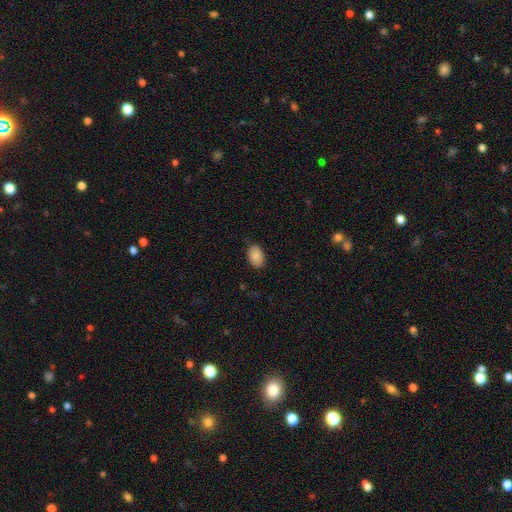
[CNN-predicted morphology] smooth_or_featured: smooth (p=0.88) [alt: star or artifact p=0.07]
how_rounded: in between (p=0.85) [alt: round p=0.14]
merging: none (p=0.84) [alt: minor disturbance p=0.12]